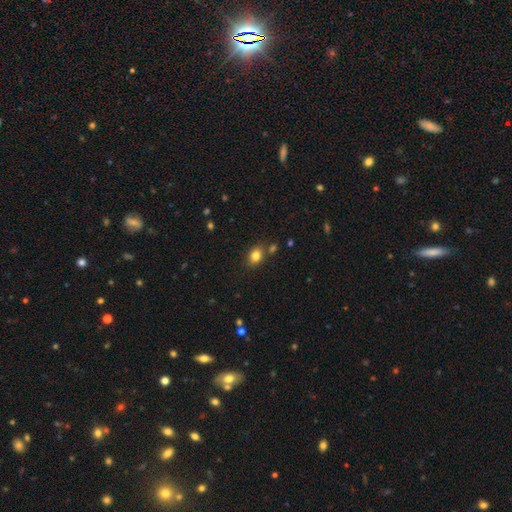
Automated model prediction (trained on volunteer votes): Q: Smooth or featured?
A: smooth (82%); runner-up: star or artifact (11%)
Q: How rounded?
A: in between (68%); runner-up: round (31%)
Q: Merging?
A: none (76%); runner-up: minor disturbance (13%)